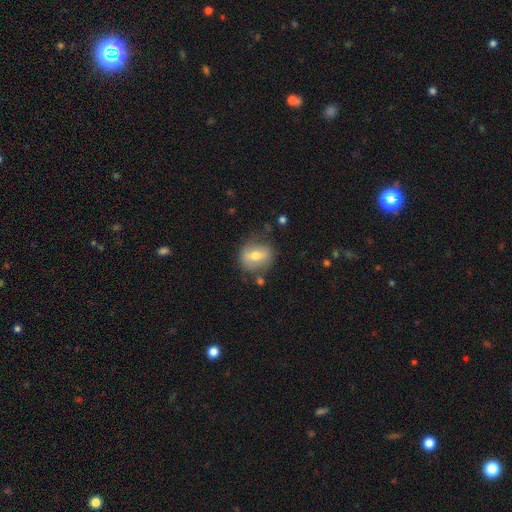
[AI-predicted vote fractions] Smooth or featured? smooth (52%)
How rounded? round (63%)
Merging? none (73%)